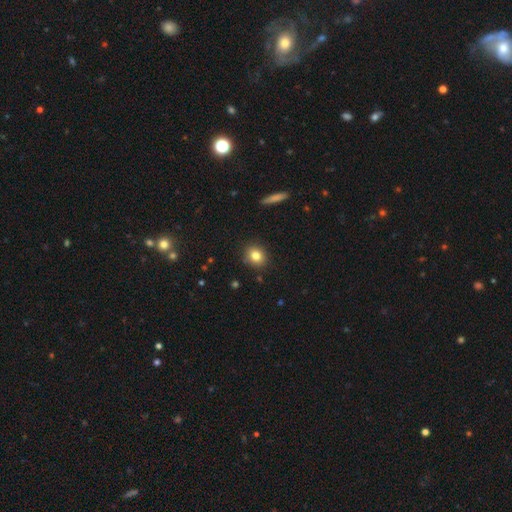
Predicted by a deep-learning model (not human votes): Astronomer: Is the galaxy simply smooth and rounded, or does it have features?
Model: smooth — 80%.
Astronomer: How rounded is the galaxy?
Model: round — 73%.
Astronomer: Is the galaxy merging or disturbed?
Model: none — 88%.